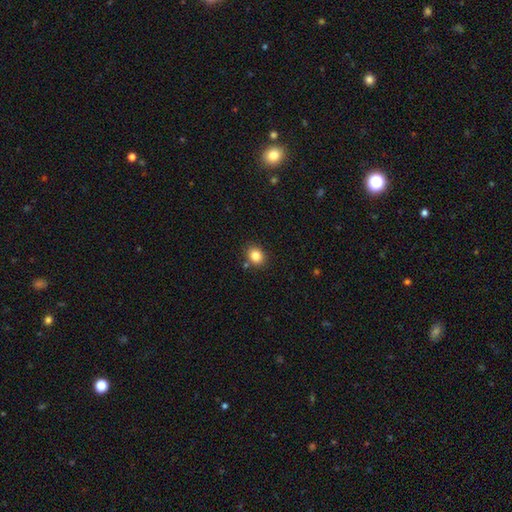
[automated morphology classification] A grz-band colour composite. It shows a smooth galaxy with no disk features (83%) that is round (58%). Merging: none (83%).